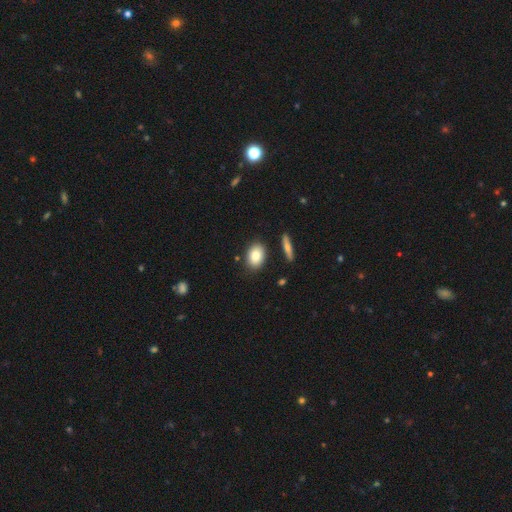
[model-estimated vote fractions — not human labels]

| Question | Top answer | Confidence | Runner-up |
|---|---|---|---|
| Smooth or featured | smooth | 85% | featured or disk (8%) |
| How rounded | in between | 79% | round (19%) |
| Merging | none | 84% | minor disturbance (10%) |